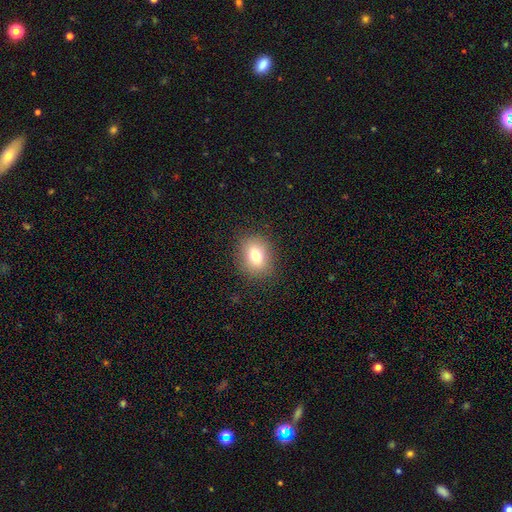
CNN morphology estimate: The model was most divided on "how rounded": in between: 56%, round: 43%, cigar-shaped: 1%. More confident: merging — none (86%); smooth or featured — smooth (76%).